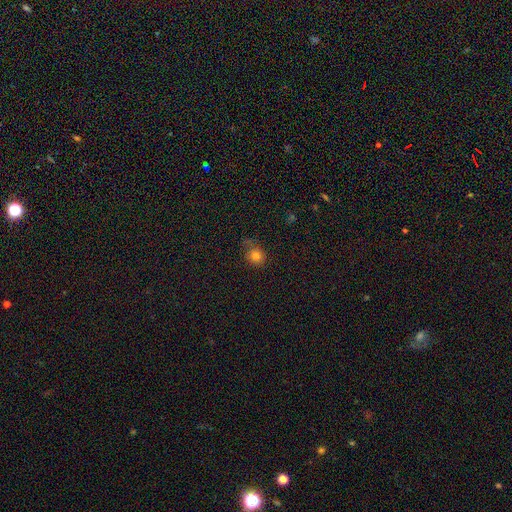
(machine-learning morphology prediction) Smooth or featured?
  - smooth: 78% *
  - star or artifact: 14%
  - featured or disk: 8%
How rounded?
  - round: 79% *
  - in between: 20%
  - cigar-shaped: 1%
Merging?
  - none: 68% *
  - minor disturbance: 21%
  - major disturbance: 8%
  - merger: 4%